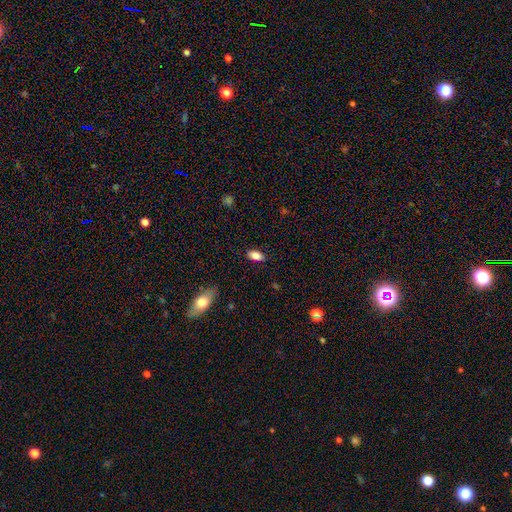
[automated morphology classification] A smooth galaxy with no disk features (84%) that is in between round and cigar-shaped (90%). Merging: none (86%).